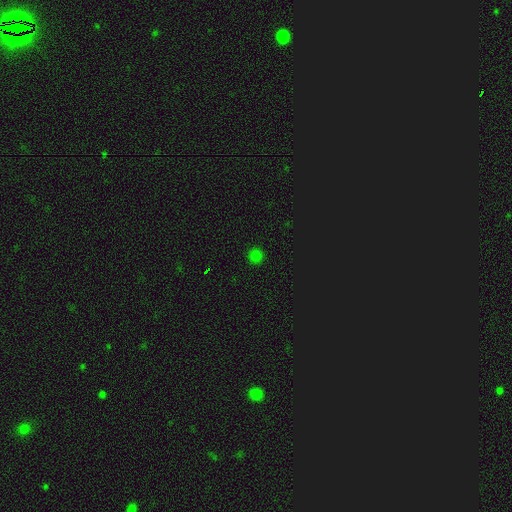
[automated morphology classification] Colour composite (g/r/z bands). It shows a smooth galaxy with no disk features (76%) that is round (94%). Merging: none (91%).